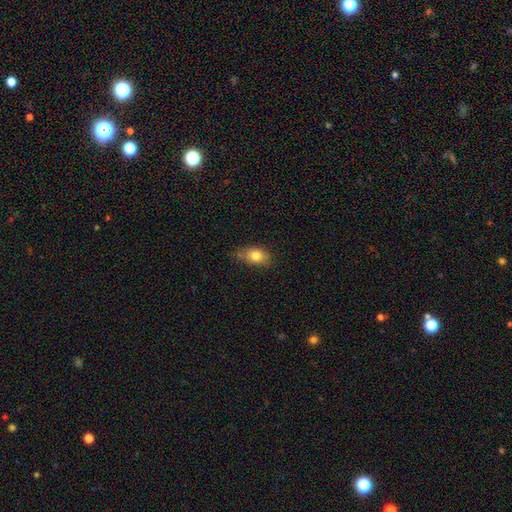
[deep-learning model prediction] This is likely a smooth galaxy (79%). How rounded: likely in between (75%). Merging: likely none (68%).